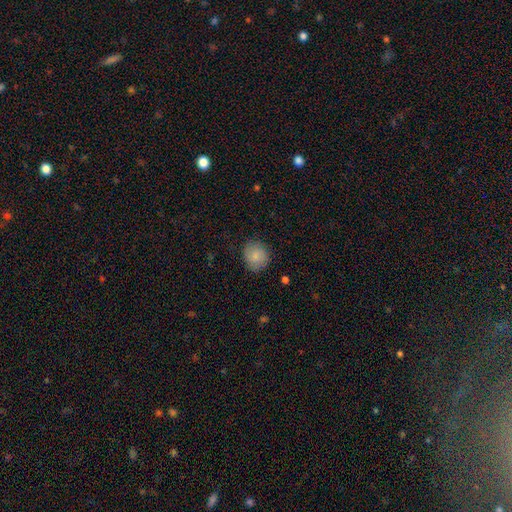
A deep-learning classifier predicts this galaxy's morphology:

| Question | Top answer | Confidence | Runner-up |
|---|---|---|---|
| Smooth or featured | smooth | 84% | featured or disk (8%) |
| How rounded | round | 77% | in between (22%) |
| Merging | none | 83% | minor disturbance (13%) |